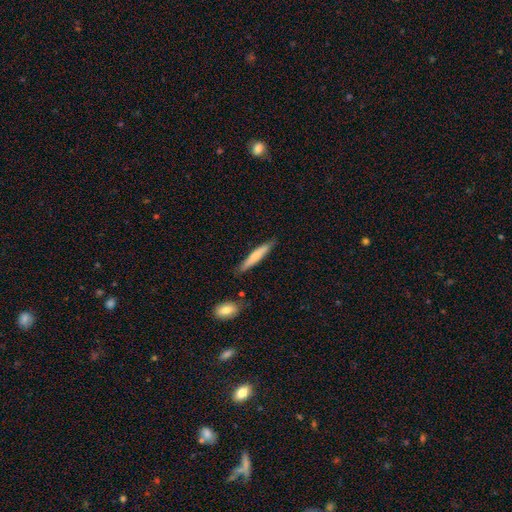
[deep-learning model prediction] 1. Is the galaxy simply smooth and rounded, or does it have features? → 67% smooth, 28% featured or disk, 6% star or artifact.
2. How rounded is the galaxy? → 91% cigar-shaped, 7% in between, 1% round.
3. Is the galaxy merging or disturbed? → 83% none, 12% minor disturbance, 3% merger, 2% major disturbance.